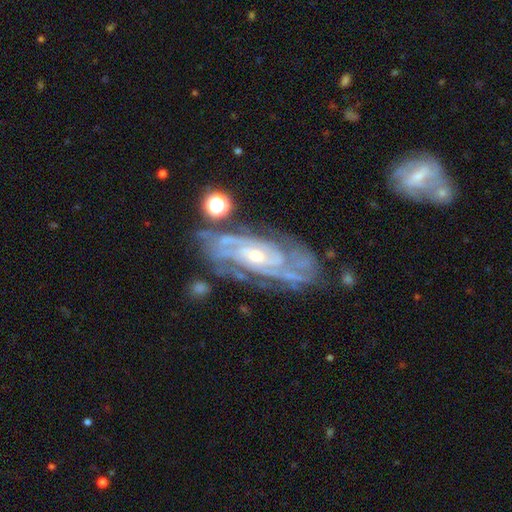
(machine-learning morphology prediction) type=featured or disk (90%); edge-on=no (93%); bar=no (62%); spiral arms=yes (97%); winding=tight (68%); arm count=can't tell (24%, tied with 3 and 2); bulge=small (65%); merging=none (72%).